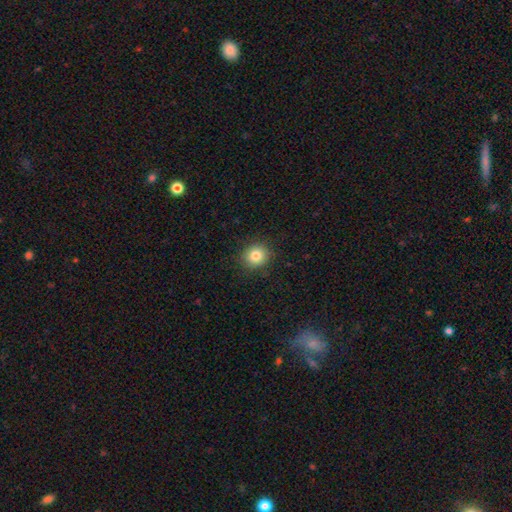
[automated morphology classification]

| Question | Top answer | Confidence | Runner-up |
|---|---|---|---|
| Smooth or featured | smooth | 82% | star or artifact (11%) |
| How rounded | round | 87% | in between (12%) |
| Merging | none | 89% | minor disturbance (7%) |